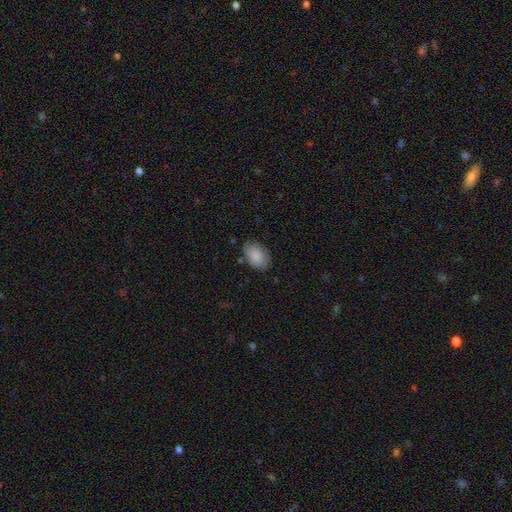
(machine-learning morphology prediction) Smooth or featured? Predicted: smooth (p=0.88). How rounded? Predicted: in between (p=0.91). Merging? Predicted: none (p=0.80).